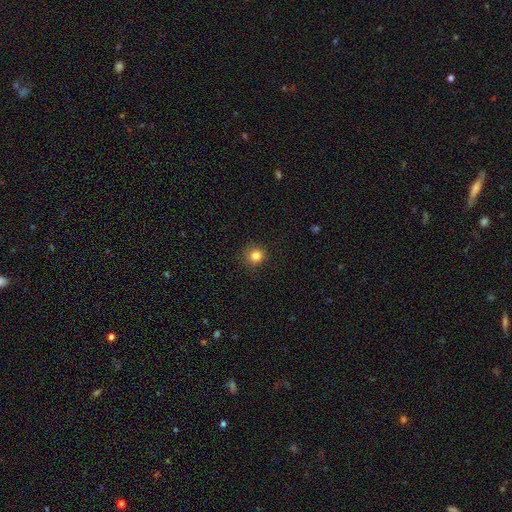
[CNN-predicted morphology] Q: Smooth or featured?
A: smooth (84%); runner-up: star or artifact (12%)
Q: How rounded?
A: round (89%); runner-up: in between (10%)
Q: Merging?
A: none (88%); runner-up: minor disturbance (8%)